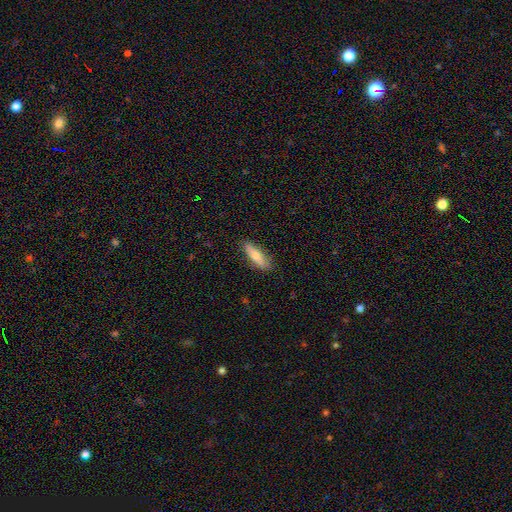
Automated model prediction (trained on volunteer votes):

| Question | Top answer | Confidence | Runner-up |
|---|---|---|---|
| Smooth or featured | smooth | 69% | featured or disk (25%) |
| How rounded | cigar-shaped | 57% | in between (41%) |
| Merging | none | 84% | minor disturbance (12%) |